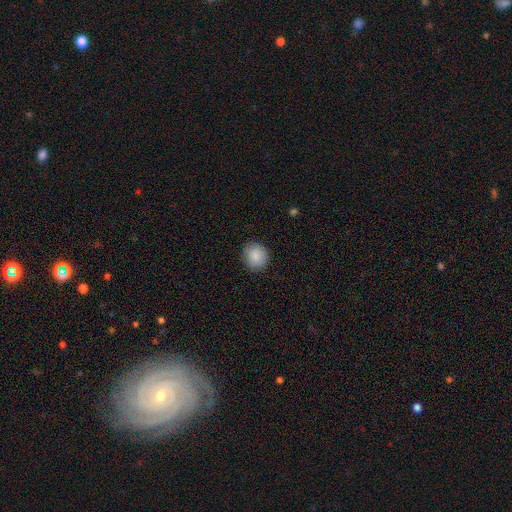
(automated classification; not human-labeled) Smooth or featured?
  - smooth: 87% *
  - star or artifact: 7%
  - featured or disk: 5%
How rounded?
  - round: 83% *
  - in between: 16%
  - cigar-shaped: 1%
Merging?
  - none: 86% *
  - minor disturbance: 10%
  - major disturbance: 2%
  - merger: 1%